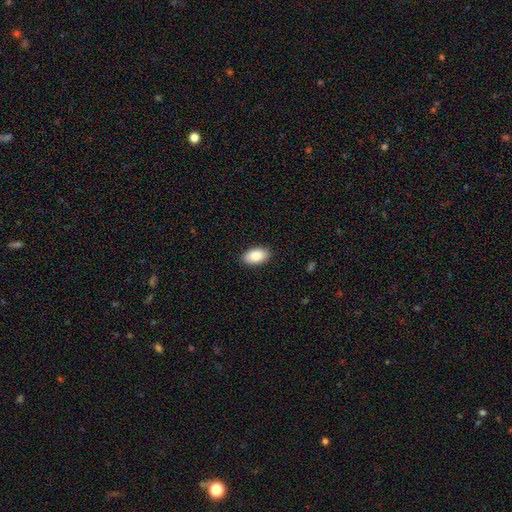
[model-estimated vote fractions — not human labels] The model was most divided on "smooth or featured": smooth: 86%, featured or disk: 7%, star or artifact: 6%. More confident: how rounded — in between (94%); merging — none (89%).